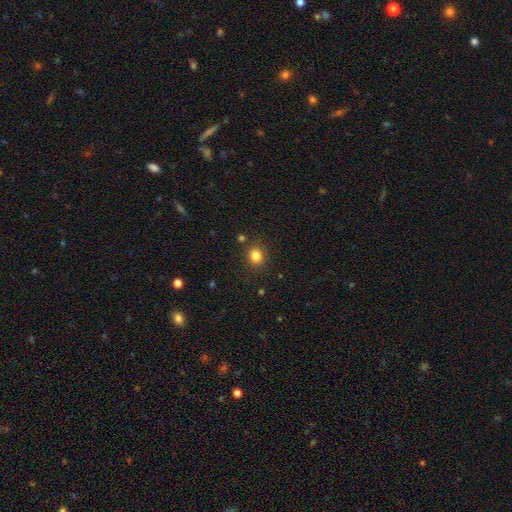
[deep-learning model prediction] smooth-or-featured: smooth: 82% | star or artifact: 12% | featured or disk: 5%
  how-rounded: round: 78% | in between: 21% | cigar-shaped: 1%
  merging: none: 87% | minor disturbance: 8% | merger: 3% | major disturbance: 3%